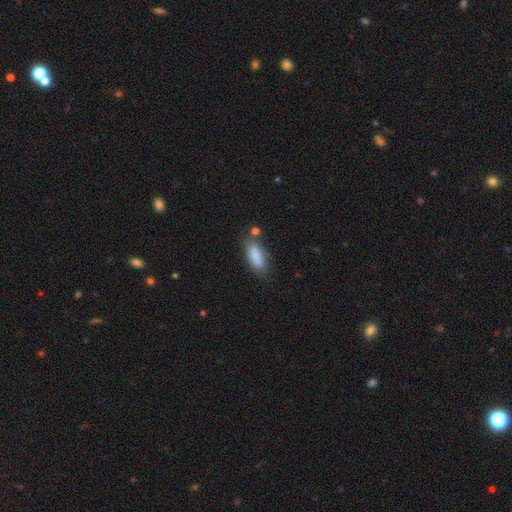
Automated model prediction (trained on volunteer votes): A smooth galaxy with no disk features (86%) that is in between round and cigar-shaped (74%).

Vote fractions:
- Smooth or featured? smooth: 86% / featured or disk: 8% / star or artifact: 7%
- How rounded? in between: 74% / cigar-shaped: 23% / round: 2%
- Merging? none: 72% / minor disturbance: 16% / merger: 8% / major disturbance: 4%